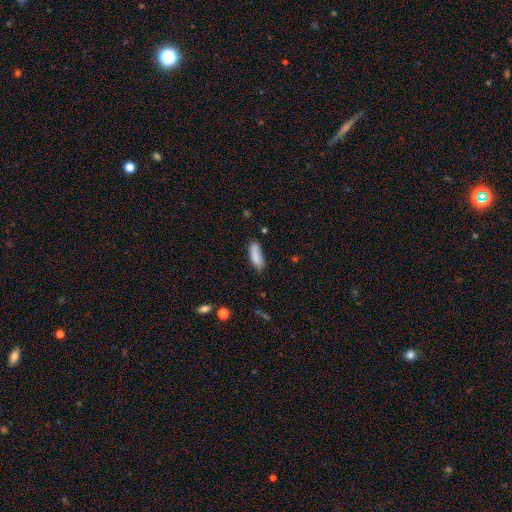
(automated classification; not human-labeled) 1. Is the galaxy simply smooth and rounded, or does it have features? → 84% smooth, 8% featured or disk, 8% star or artifact.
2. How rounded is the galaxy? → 65% in between, 34% cigar-shaped, 2% round.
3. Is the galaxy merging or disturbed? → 65% none, 25% minor disturbance, 6% major disturbance, 4% merger.